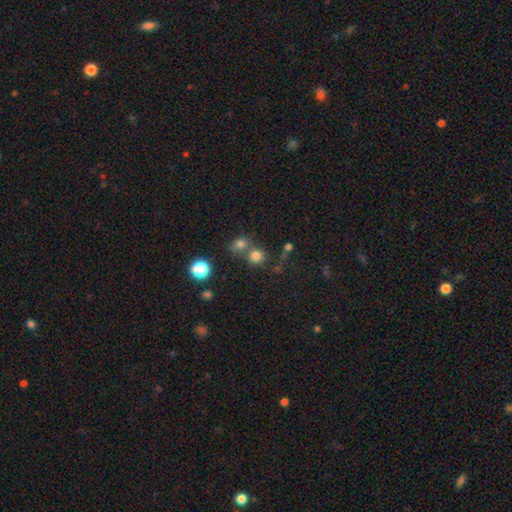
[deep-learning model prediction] Morphology: type=smooth (75%); roundness=round (88%); merging=none (58%).